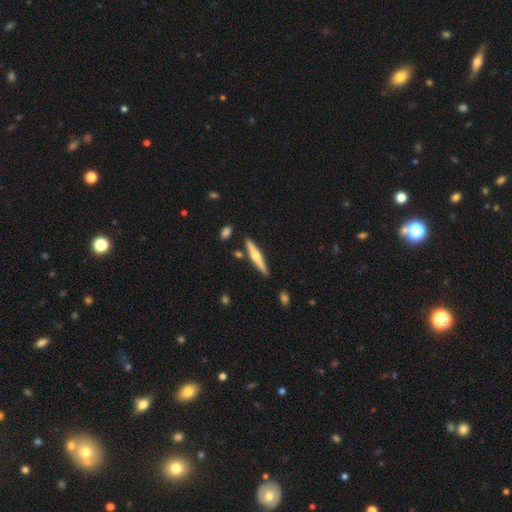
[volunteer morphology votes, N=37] Smooth or featured? 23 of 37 (62%) said featured or disk. Edge-on disk? 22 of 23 (96%) said yes. Edge-on bulge? 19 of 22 (86%) said rounded. Merging? 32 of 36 (89%) said none.